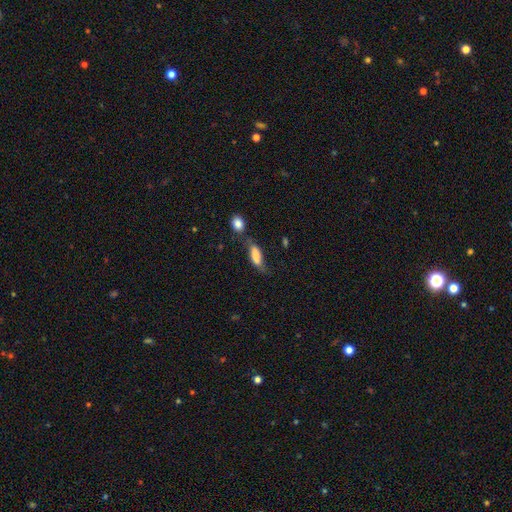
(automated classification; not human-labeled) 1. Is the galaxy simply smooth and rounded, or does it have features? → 76% smooth, 16% featured or disk, 8% star or artifact.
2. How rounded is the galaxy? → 66% in between, 30% cigar-shaped, 3% round.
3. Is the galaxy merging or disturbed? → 41% none, 28% minor disturbance, 16% merger, 15% major disturbance.